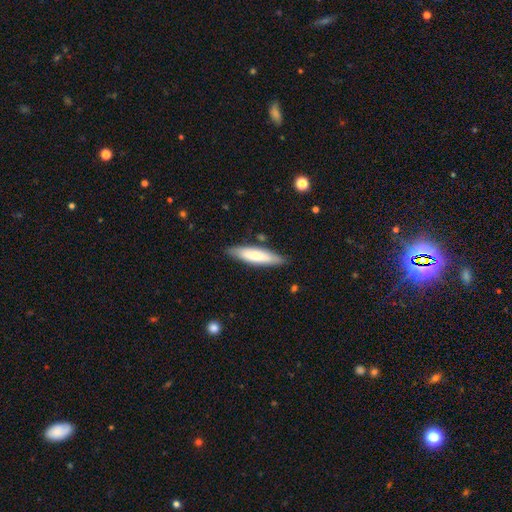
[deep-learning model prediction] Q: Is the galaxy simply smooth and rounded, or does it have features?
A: smooth — 68%.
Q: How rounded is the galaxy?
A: cigar-shaped — 71%.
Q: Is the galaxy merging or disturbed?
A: none — 84%.